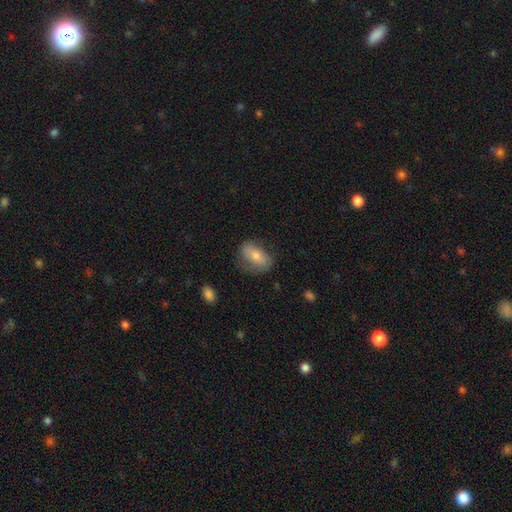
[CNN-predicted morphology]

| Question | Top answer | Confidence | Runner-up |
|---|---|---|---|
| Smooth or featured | smooth | 65% | featured or disk (26%) |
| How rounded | in between | 85% | round (11%) |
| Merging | none | 67% | minor disturbance (23%) |